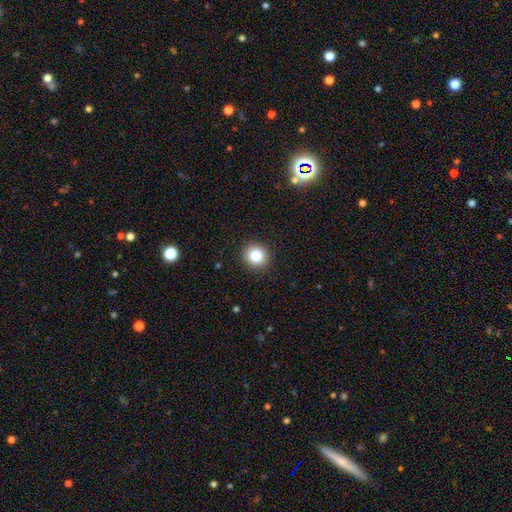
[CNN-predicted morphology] The model was most divided on "smooth or featured": smooth: 83%, star or artifact: 11%, featured or disk: 6%. More confident: merging — none (91%); how rounded — round (90%).